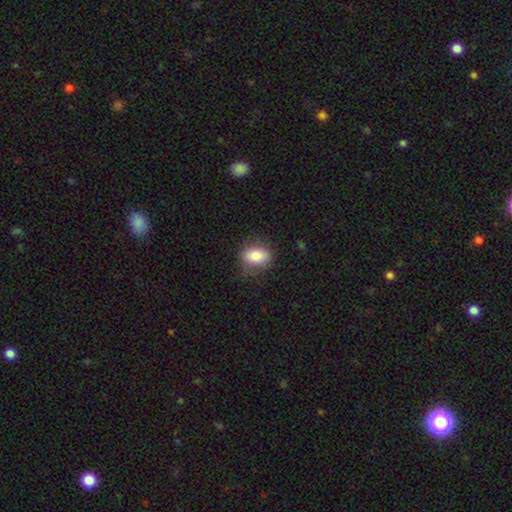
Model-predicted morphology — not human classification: A smooth galaxy with no disk features (81%) that is in between round and cigar-shaped (72%).

Vote fractions:
- Smooth or featured? smooth: 81% / featured or disk: 11% / star or artifact: 8%
- How rounded? in between: 72% / round: 27% / cigar-shaped: 2%
- Merging? none: 76% / minor disturbance: 18% / major disturbance: 5% / merger: 1%